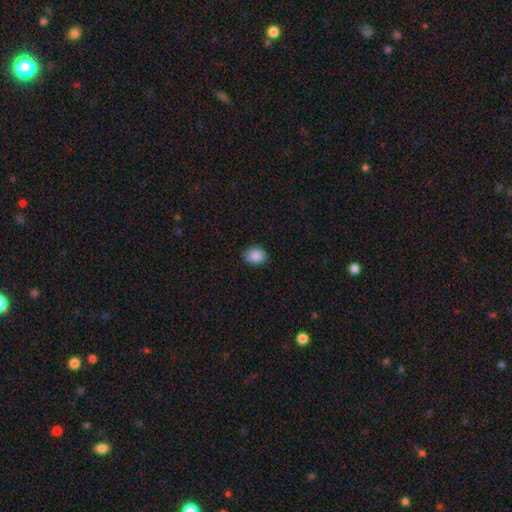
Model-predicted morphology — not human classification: A smooth galaxy with no disk features (88%) that is in between round and cigar-shaped (55%).

Vote fractions:
- Smooth or featured? smooth: 88% / star or artifact: 8% / featured or disk: 4%
- How rounded? in between: 55% / round: 44% / cigar-shaped: 1%
- Merging? none: 83% / minor disturbance: 13% / major disturbance: 2% / merger: 1%